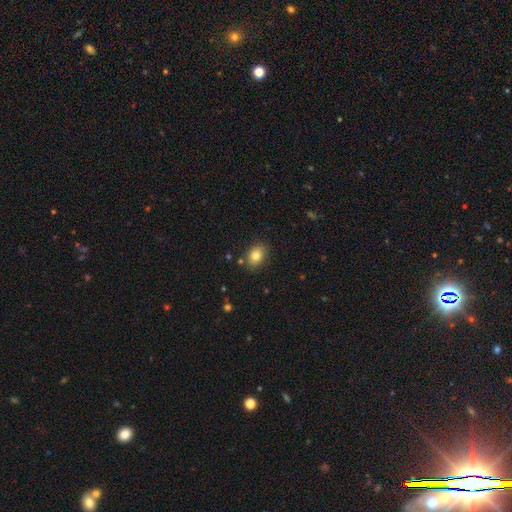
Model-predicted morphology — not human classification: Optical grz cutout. It shows a smooth galaxy with no disk features (81%) that is in between round and cigar-shaped (71%). Merging: none (84%).